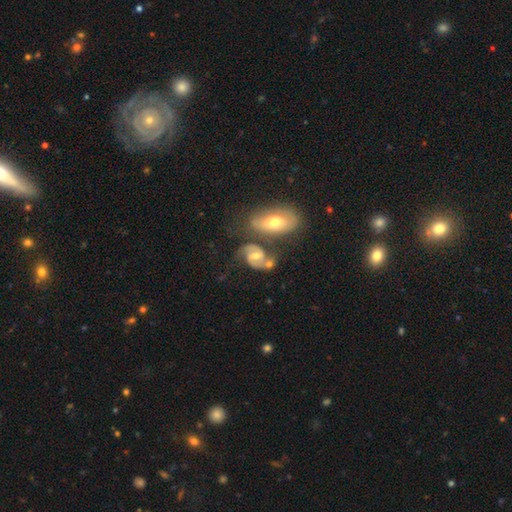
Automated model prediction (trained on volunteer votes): smooth-or-featured: featured or disk: 78% | smooth: 15% | star or artifact: 8%
  disk-edge-on: no: 96% | yes: 4%
    bar: no: 48% | weak: 40% | strong: 13%
    has-spiral-arms: yes: 92% | no: 8%
      spiral-winding: medium: 53% | tight: 25% | loose: 22%
      spiral-arm-count: 2: 87% | can't tell: 6% | 1: 3% | 3: 2% | 4: 1% | more than 4: 1%
    bulge-size: moderate: 60% | small: 31% | large: 5% | none: 3% | dominant: 1%
  merging: none: 45% | merger: 30% | minor disturbance: 16% | major disturbance: 10%